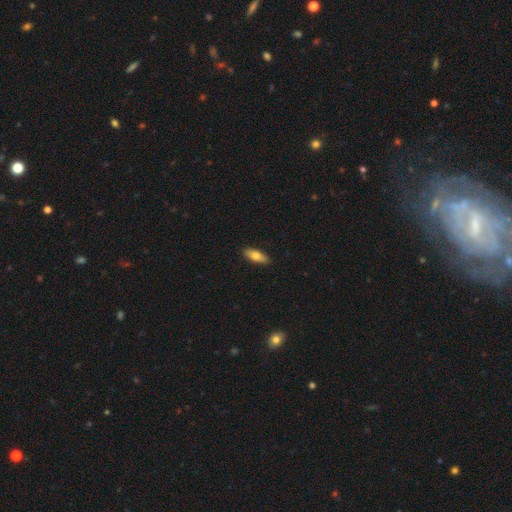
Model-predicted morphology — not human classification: Q: Smooth or featured?
A: smooth (76%); runner-up: featured or disk (19%)
Q: How rounded?
A: in between (72%); runner-up: cigar-shaped (25%)
Q: Merging?
A: none (90%); runner-up: minor disturbance (8%)